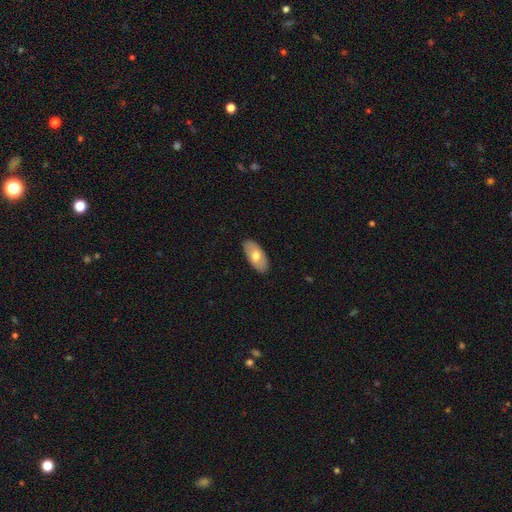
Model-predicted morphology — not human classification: Smooth or featured? Predicted: smooth (p=0.67). How rounded? Predicted: in between (p=0.93). Merging? Predicted: none (p=0.88).